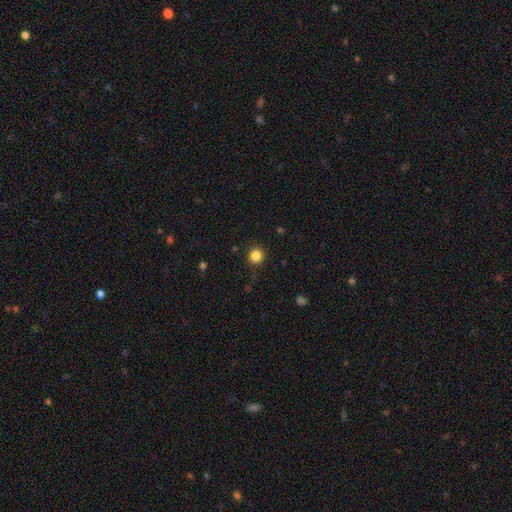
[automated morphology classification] smooth 85%, star or artifact 12%, featured or disk 4%. Down the decision tree: how rounded — round (91%); merging — none (90%).